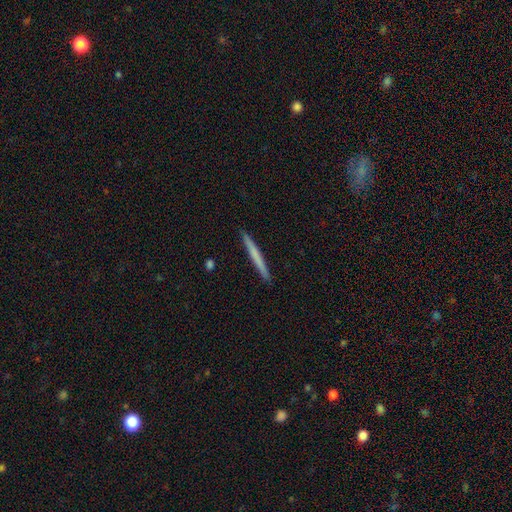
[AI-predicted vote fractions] smooth_or_featured: smooth (p=0.59) [alt: featured or disk p=0.36]
how_rounded: cigar-shaped (p=0.97) [alt: in between p=0.02]
merging: none (p=0.93) [alt: minor disturbance p=0.05]